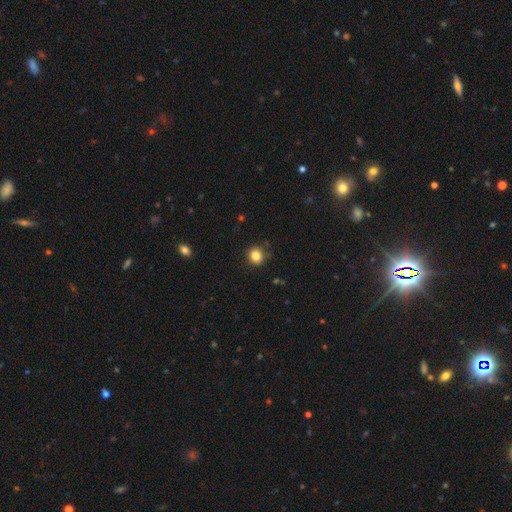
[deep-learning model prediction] A smooth galaxy with no disk features (84%) that is round (78%).

Vote fractions:
- Smooth or featured? smooth: 84% / star or artifact: 11% / featured or disk: 5%
- How rounded? round: 78% / in between: 21% / cigar-shaped: 1%
- Merging? none: 83% / minor disturbance: 12% / major disturbance: 3% / merger: 2%